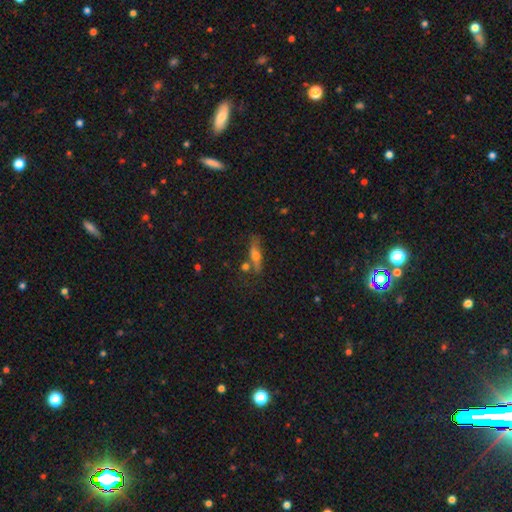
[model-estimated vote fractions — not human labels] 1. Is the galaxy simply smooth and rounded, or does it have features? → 46% featured or disk, 44% smooth, 9% star or artifact.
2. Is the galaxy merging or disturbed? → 66% none, 17% minor disturbance, 11% merger, 6% major disturbance.